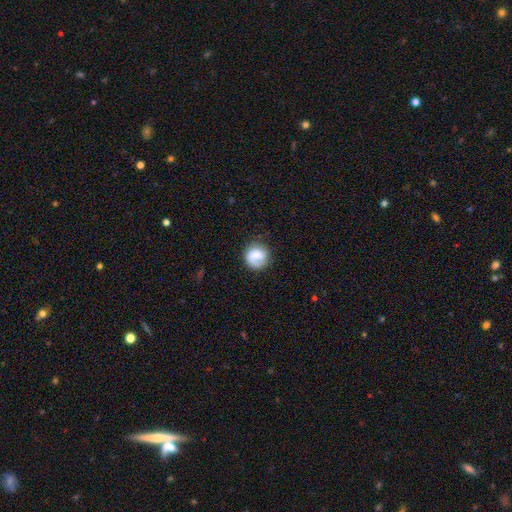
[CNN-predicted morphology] Smooth or featured: smooth — 61% (featured or disk — 32%)
How rounded: round — 87% (in between — 12%)
Merging: none — 70% (minor disturbance — 17%)